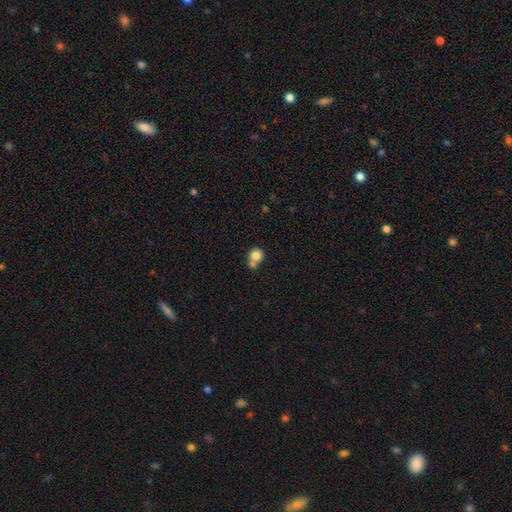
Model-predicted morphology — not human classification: A smooth galaxy with no disk features (80%) that is round (78%).

Vote fractions:
- Smooth or featured? smooth: 80% / featured or disk: 11% / star or artifact: 9%
- How rounded? round: 78% / in between: 21% / cigar-shaped: 1%
- Merging? merger: 48% / none: 36% / minor disturbance: 11% / major disturbance: 5%